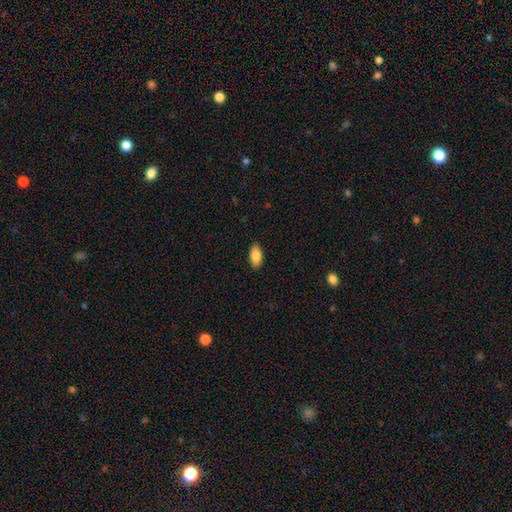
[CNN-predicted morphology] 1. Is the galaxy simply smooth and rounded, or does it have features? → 84% smooth, 9% featured or disk, 7% star or artifact.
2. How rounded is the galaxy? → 92% in between, 6% cigar-shaped, 3% round.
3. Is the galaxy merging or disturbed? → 88% none, 9% minor disturbance, 2% major disturbance, 1% merger.